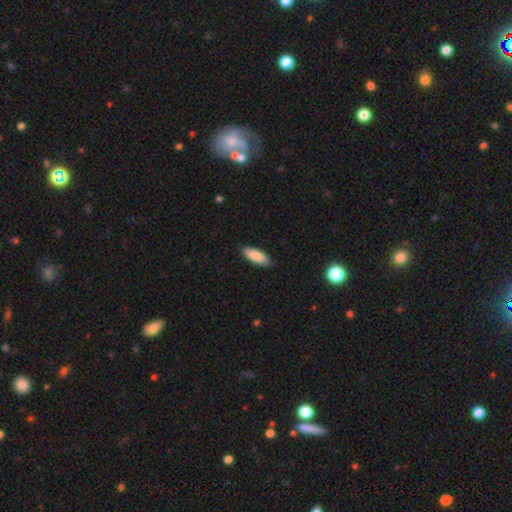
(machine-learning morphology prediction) Smooth or featured? Predicted: smooth (p=0.86). How rounded? Predicted: in between (p=0.71). Merging? Predicted: none (p=0.83).